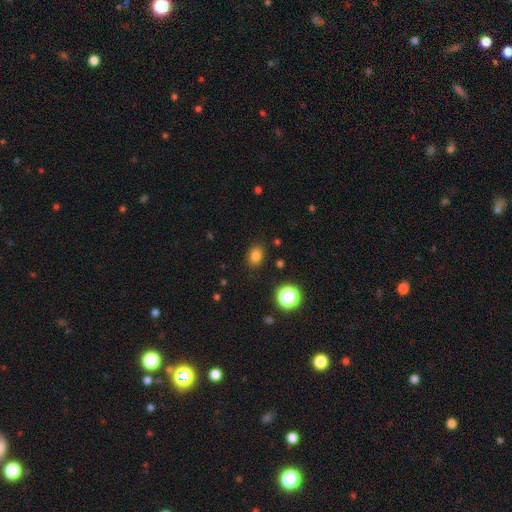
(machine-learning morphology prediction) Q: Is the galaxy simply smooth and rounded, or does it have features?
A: smooth — 80%.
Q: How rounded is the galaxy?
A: in between — 57%.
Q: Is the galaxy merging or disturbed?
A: none — 87%.